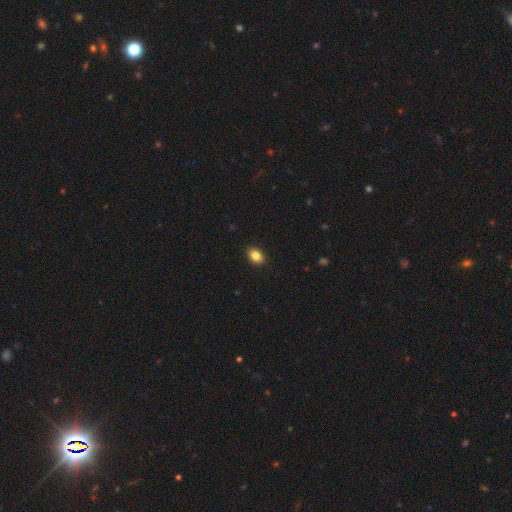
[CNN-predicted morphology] A smooth galaxy with no disk features (86%) that is in between round and cigar-shaped (80%). Merging: none (90%).